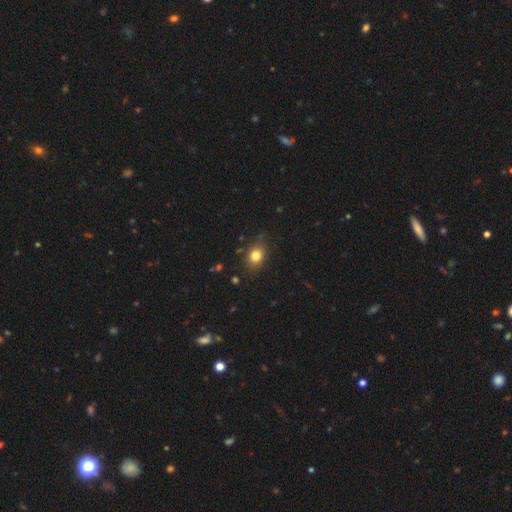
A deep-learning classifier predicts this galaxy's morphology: This appears to be a smooth galaxy with no disk features (80%) that is in between round and cigar-shaped (53%). Merging: none (78%).